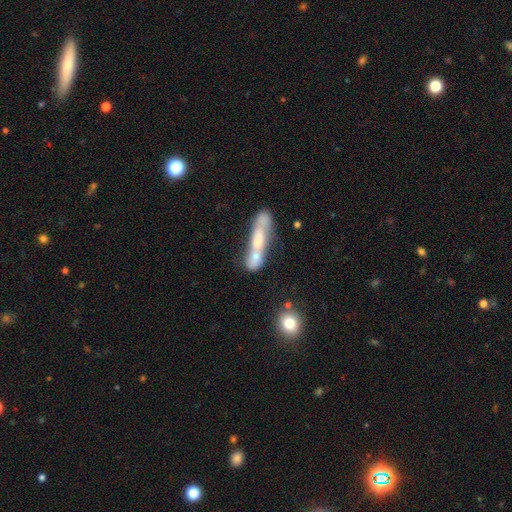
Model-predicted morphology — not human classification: type=smooth (58%); roundness=cigar-shaped (58%); merging=merger (65%).